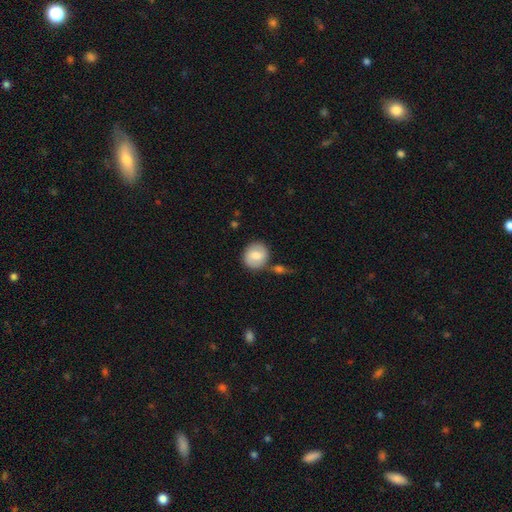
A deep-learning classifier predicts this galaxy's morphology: Smooth or featured? Predicted: smooth (p=0.65). How rounded? Predicted: round (p=0.80). Merging? Predicted: none (p=0.72).